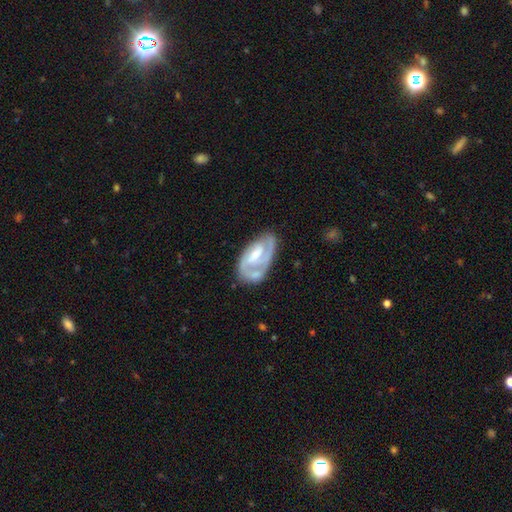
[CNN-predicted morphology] Q: Smooth or featured?
A: featured or disk (77%); runner-up: smooth (19%)
Q: Edge-on disk?
A: no (96%); runner-up: yes (4%)
Q: Bar?
A: weak (44%); runner-up: no (33%)
Q: Spiral arms?
A: yes (87%); runner-up: no (13%)
Q: Spiral winding?
A: tight (52%); runner-up: medium (36%)
Q: Spiral arm count?
A: 2 (45%); runner-up: 1 (34%)
Q: Bulge size?
A: moderate (41%); runner-up: small (34%)
Q: Merging?
A: none (55%); runner-up: minor disturbance (23%)